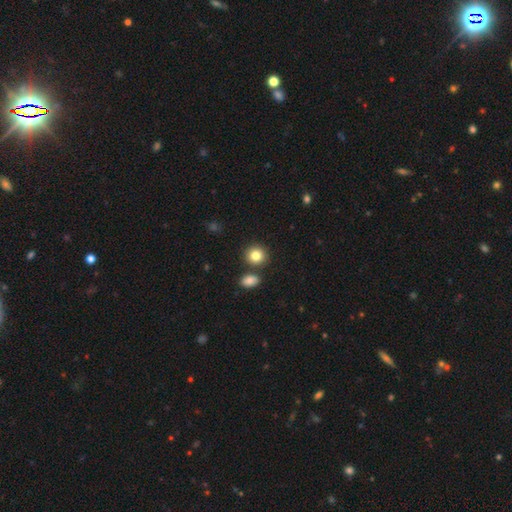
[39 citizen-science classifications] Smooth or featured? 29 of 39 (74%) said smooth. How rounded? 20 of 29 (69%) said round. Merging? 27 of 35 (77%) said none.